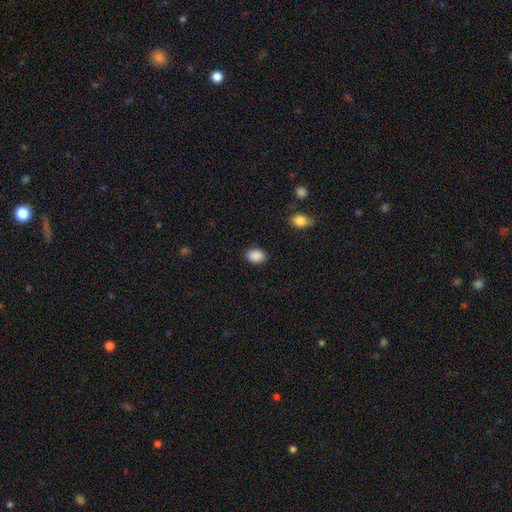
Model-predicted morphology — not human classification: Smooth or featured?
  - smooth: 89% *
  - star or artifact: 8%
  - featured or disk: 3%
How rounded?
  - in between: 73% *
  - round: 26%
  - cigar-shaped: 1%
Merging?
  - none: 87% *
  - minor disturbance: 9%
  - major disturbance: 3%
  - merger: 1%